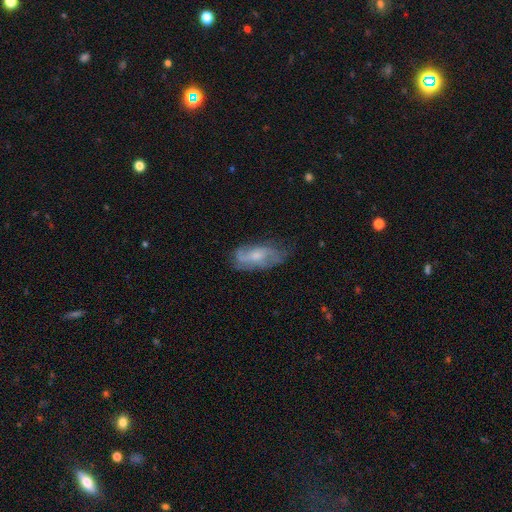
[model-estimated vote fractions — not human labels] Smooth or featured? featured or disk (59%)
Edge-on disk? no (91%)
Bar? no (61%)
Spiral arms? yes (82%)
Bulge size? moderate (45%)
Merging? none (58%)